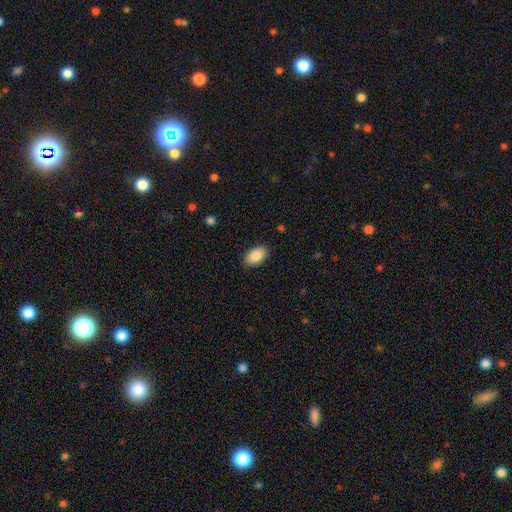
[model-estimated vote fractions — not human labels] This appears to be a smooth galaxy with no disk features (88%) that is in between round and cigar-shaped (93%). Merging: none (87%).